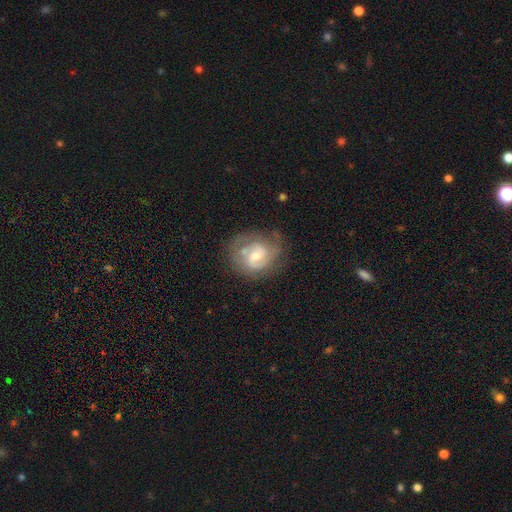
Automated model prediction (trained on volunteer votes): Smooth or featured: featured or disk — 74% (smooth — 20%)
Edge-on disk: no — 98% (yes — 2%)
Bar: weak — 53% (no — 36%)
Spiral arms: yes — 88% (no — 12%)
Spiral winding: medium — 44% (tight — 40%)
Spiral arm count: 2 — 58% (can't tell — 21%)
Bulge size: moderate — 47% (small — 42%)
Merging: none — 62% (minor disturbance — 22%)